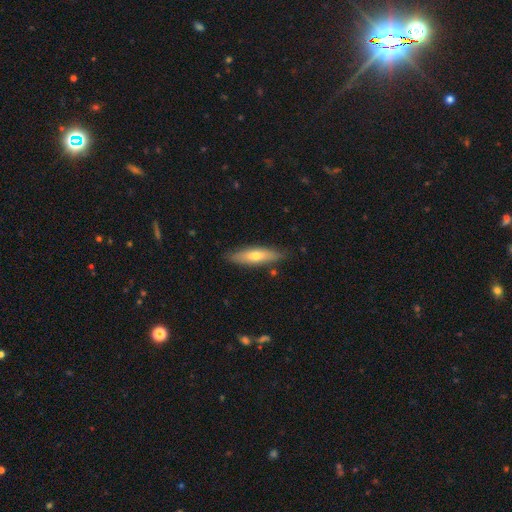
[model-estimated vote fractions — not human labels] Smooth or featured? smooth (55%)
How rounded? cigar-shaped (68%)
Merging? none (84%)